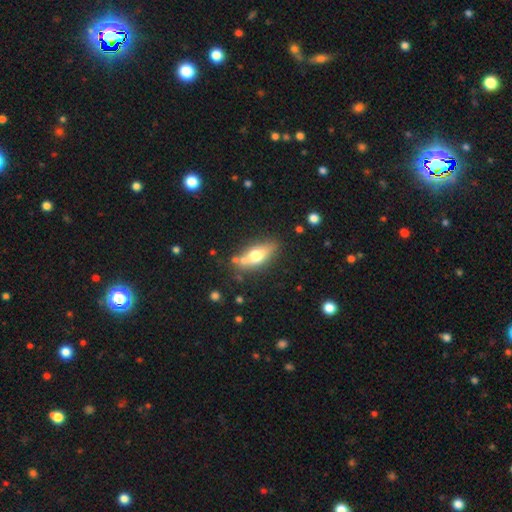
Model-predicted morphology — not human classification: A smooth galaxy with no disk features (62%) that is in between round and cigar-shaped (73%). Merging: none (68%).